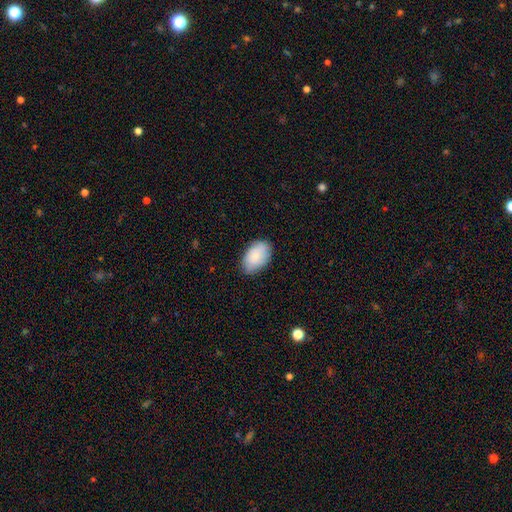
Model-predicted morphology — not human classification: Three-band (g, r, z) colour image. It shows a smooth galaxy with no disk features (84%) that is in between round and cigar-shaped (92%). Merging: none (80%).